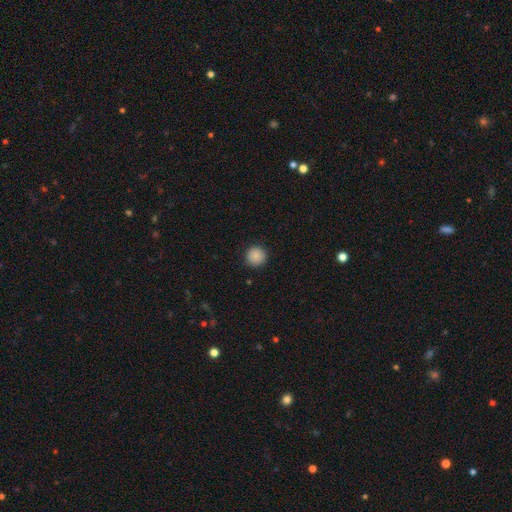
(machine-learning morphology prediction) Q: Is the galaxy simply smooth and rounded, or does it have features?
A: smooth — 87%.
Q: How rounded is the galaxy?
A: round — 95%.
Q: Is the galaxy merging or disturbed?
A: none — 91%.